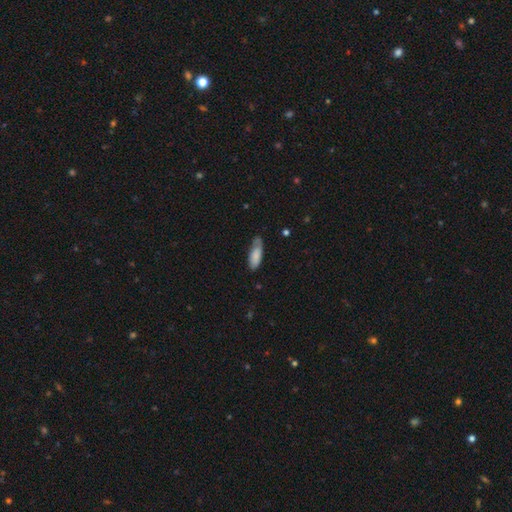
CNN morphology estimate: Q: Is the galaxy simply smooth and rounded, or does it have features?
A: smooth — 78%.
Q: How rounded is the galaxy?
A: in between — 64%.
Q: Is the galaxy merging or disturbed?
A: none — 57%.